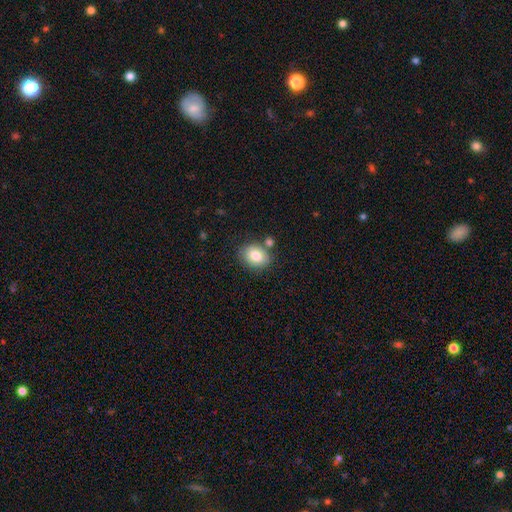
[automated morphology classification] smooth_or_featured: smooth (p=0.80) [alt: featured or disk p=0.11]
how_rounded: in between (p=0.52) [alt: round p=0.47]
merging: none (p=0.74) [alt: minor disturbance p=0.12]